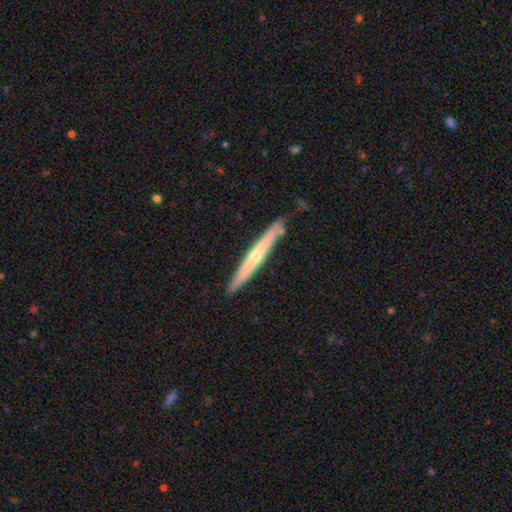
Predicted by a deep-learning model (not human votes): This is possibly a featured or disk galaxy (58%). It is clearly viewed edge-on (95%). Edge-on bulge: likely rounded (63%). Merging: clearly none (86%).